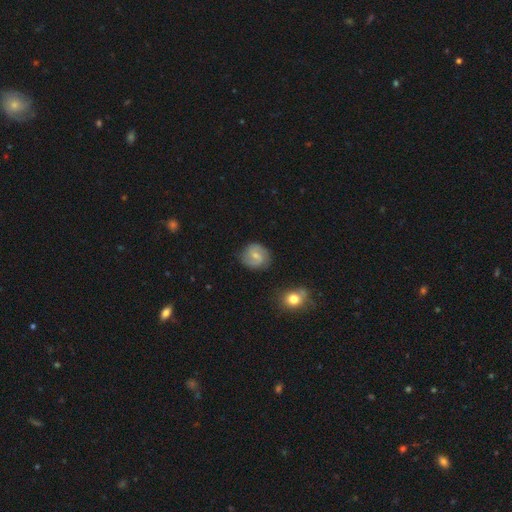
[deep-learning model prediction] Smooth or featured?
  - featured or disk: 61% *
  - smooth: 32%
  - star or artifact: 7%
Edge-on disk?
  - no: 98% *
  - yes: 2%
Bar?
  - weak: 54% *
  - no: 35%
  - strong: 11%
Spiral arms?
  - yes: 90% *
  - no: 10%
Spiral winding?
  - medium: 48% *
  - tight: 29%
  - loose: 23%
Spiral arm count?
  - 2: 86% *
  - can't tell: 8%
  - 1: 2%
  - 3: 2%
  - 4: 1%
  - more than 4: 1%
Bulge size?
  - small: 57% *
  - moderate: 34%
  - none: 6%
  - large: 2%
  - dominant: 1%
Merging?
  - none: 81% *
  - minor disturbance: 13%
  - major disturbance: 3%
  - merger: 2%